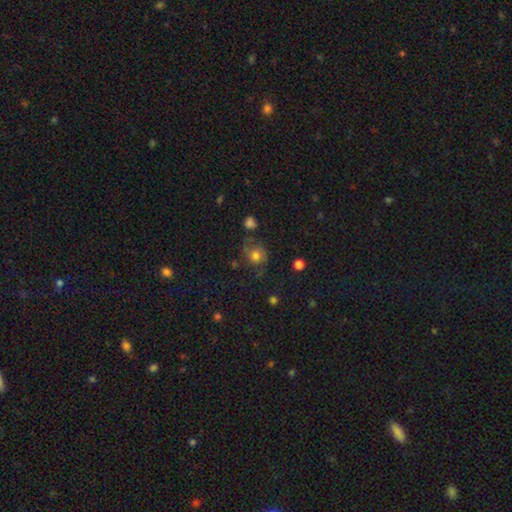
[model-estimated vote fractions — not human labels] Smooth or featured?
  - smooth: 61% *
  - featured or disk: 25%
  - star or artifact: 14%
How rounded?
  - round: 77% *
  - in between: 22%
  - cigar-shaped: 1%
Merging?
  - none: 57% *
  - minor disturbance: 23%
  - major disturbance: 16%
  - merger: 3%